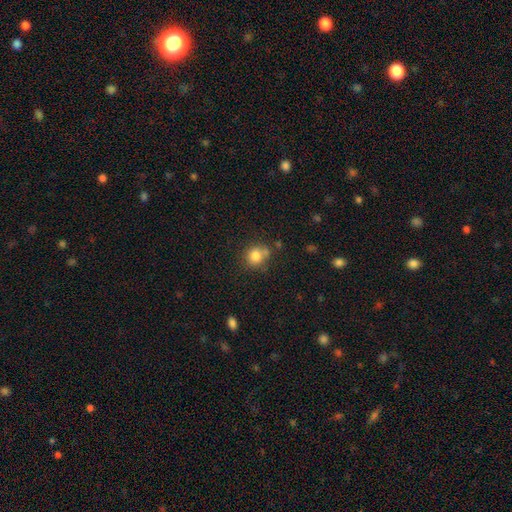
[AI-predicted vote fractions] Smooth or featured? Predicted: smooth (p=0.81). How rounded? Predicted: round (p=0.78). Merging? Predicted: none (p=0.61).